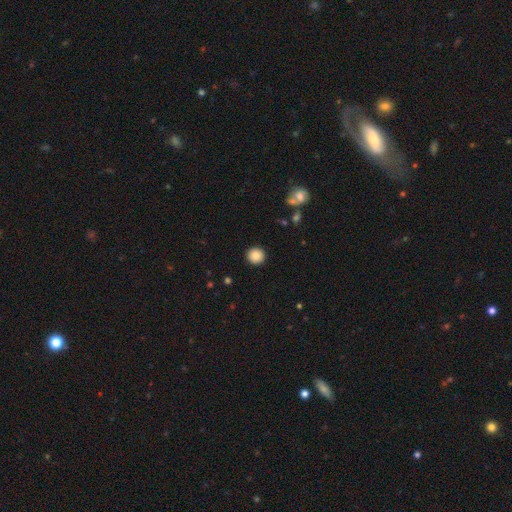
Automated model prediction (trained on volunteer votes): Q: Smooth or featured?
A: smooth (88%); runner-up: star or artifact (9%)
Q: How rounded?
A: round (94%); runner-up: in between (5%)
Q: Merging?
A: none (92%); runner-up: minor disturbance (5%)